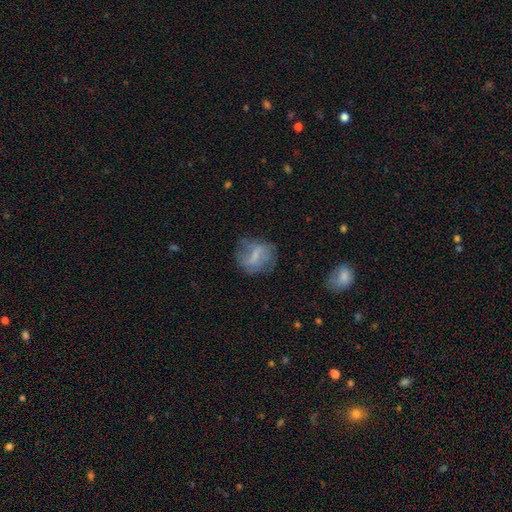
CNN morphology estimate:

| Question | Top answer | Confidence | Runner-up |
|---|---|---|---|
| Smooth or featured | featured or disk | 47% | smooth (44%) |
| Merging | none | 57% | minor disturbance (24%) |